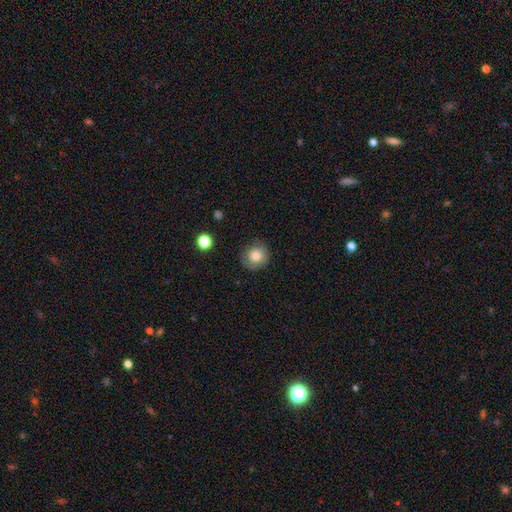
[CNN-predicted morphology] This is likely a smooth galaxy (79%). How rounded: clearly round (88%). Merging: likely none (78%).